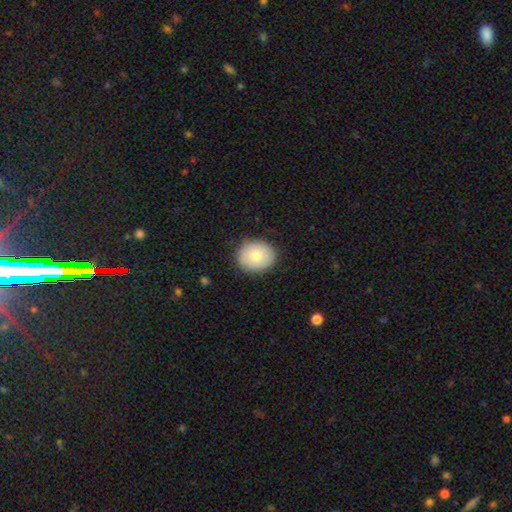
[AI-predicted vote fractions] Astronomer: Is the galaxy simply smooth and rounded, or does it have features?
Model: smooth — 78%.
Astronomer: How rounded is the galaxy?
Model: round — 71%.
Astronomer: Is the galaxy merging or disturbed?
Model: none — 86%.